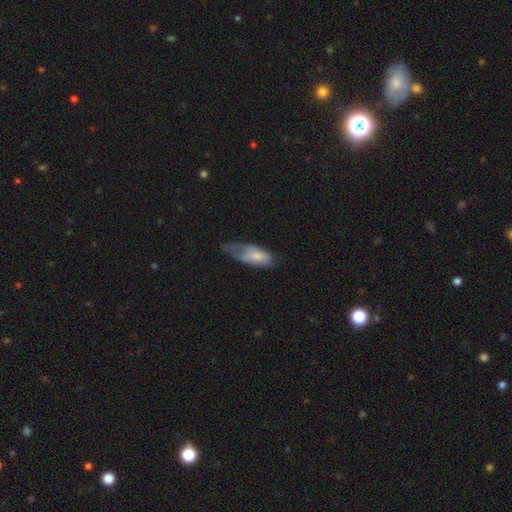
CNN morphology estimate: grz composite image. It shows a smooth galaxy with no disk features (69%) that is in between round and cigar-shaped (85%). Merging: major disturbance (44%).